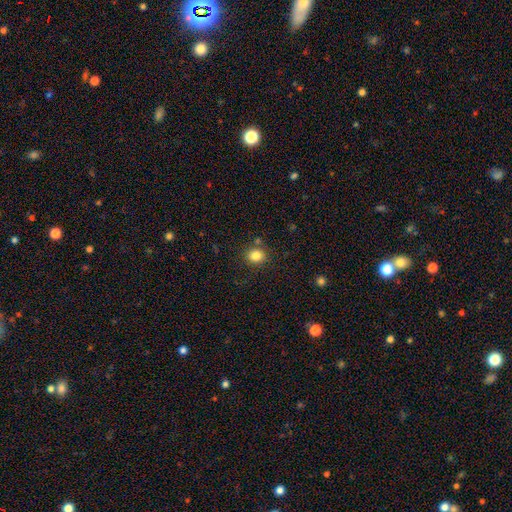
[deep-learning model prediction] Morphology: type=smooth (82%); roundness=round (71%); merging=none (82%).